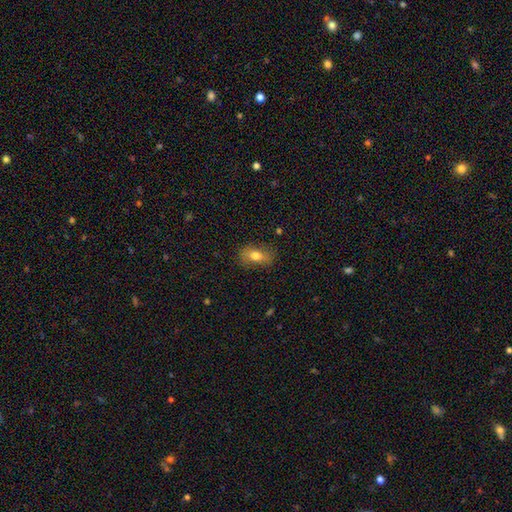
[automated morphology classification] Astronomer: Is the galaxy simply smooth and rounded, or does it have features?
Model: smooth — 73%.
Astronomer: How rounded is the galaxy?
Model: in between — 82%.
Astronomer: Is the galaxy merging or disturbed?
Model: none — 77%.